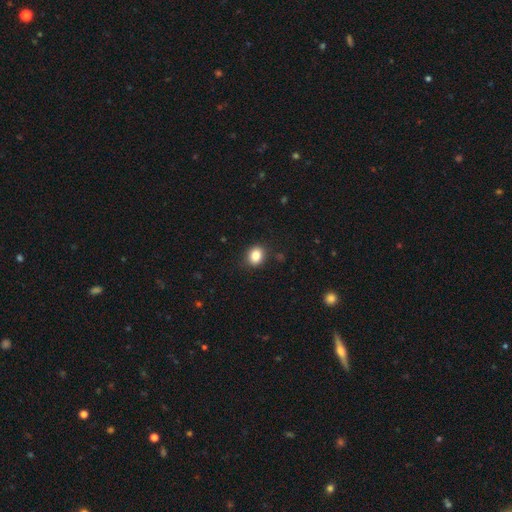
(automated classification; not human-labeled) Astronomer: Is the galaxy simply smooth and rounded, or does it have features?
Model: smooth — 85%.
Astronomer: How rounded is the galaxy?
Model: round — 56% (runner-up: in between, 43%).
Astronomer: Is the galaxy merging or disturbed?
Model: none — 88%.